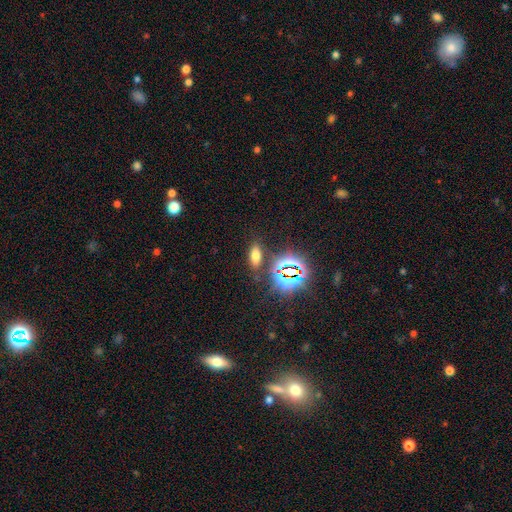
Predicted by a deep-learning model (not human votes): Overall: smooth (59%; star or artifact 32%). How rounded: in between (80%). Merging: none (82%).